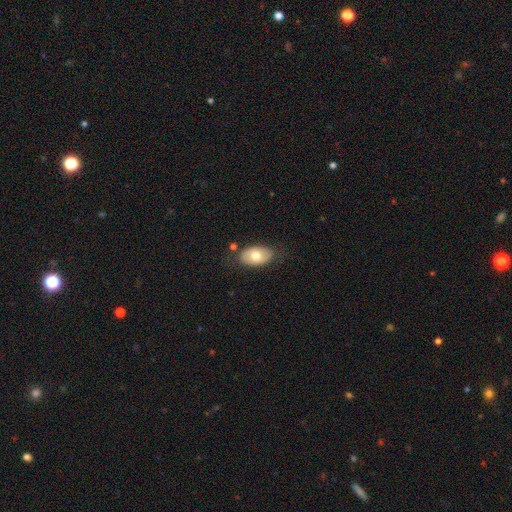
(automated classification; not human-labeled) Overall: smooth (71%). How rounded: in between (92%). Merging: none (76%).